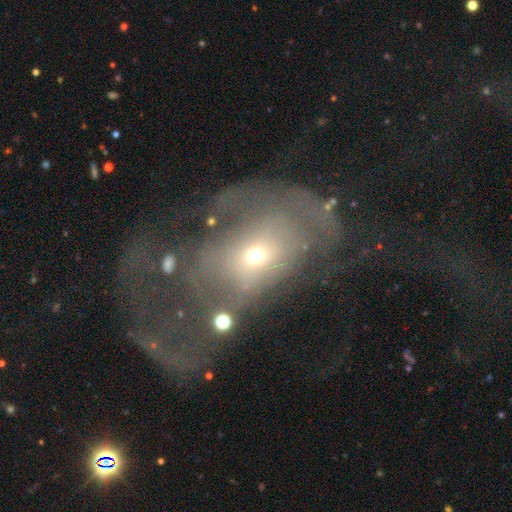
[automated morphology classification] smooth_or_featured: featured or disk (p=0.59) [alt: smooth p=0.28]
disk_edge_on: no (p=0.95) [alt: yes p=0.05]
bar: no (p=0.80) [alt: weak p=0.15]
has_spiral_arms: no (p=0.63) [alt: yes p=0.37]
bulge_size: small (p=0.51) [alt: moderate p=0.42]
merging: major disturbance (p=0.68) [alt: none p=0.14]